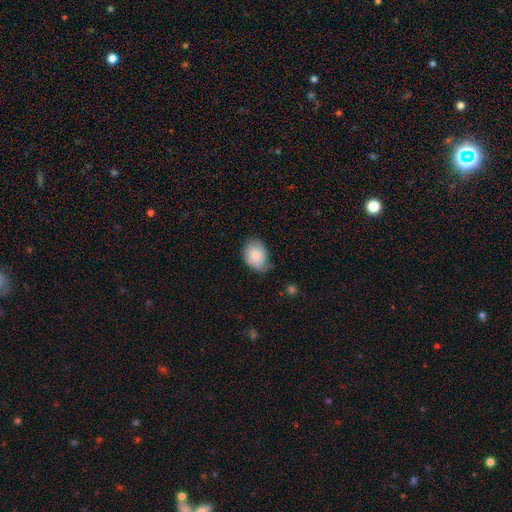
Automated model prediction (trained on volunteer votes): Smooth or featured?
  - smooth: 83% *
  - featured or disk: 11%
  - star or artifact: 7%
How rounded?
  - in between: 76% *
  - round: 23%
  - cigar-shaped: 1%
Merging?
  - none: 54% *
  - minor disturbance: 36%
  - major disturbance: 7%
  - merger: 2%